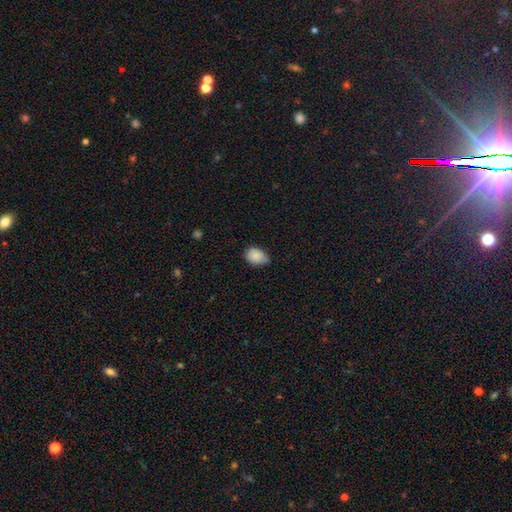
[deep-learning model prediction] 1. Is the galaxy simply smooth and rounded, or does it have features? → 87% smooth, 8% star or artifact, 5% featured or disk.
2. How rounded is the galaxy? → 72% in between, 27% round, 1% cigar-shaped.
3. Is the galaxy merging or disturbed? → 58% none, 36% minor disturbance, 5% major disturbance, 1% merger.